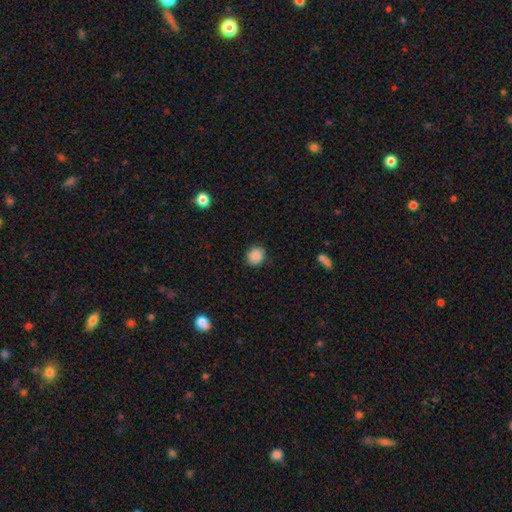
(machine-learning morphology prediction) smooth_or_featured: smooth (p=0.88) [alt: star or artifact p=0.09]
how_rounded: round (p=0.82) [alt: in between p=0.17]
merging: none (p=0.86) [alt: minor disturbance p=0.10]